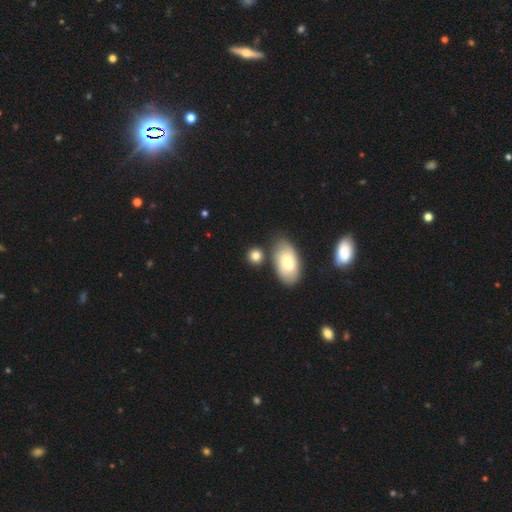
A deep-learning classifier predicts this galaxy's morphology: type=smooth (80%); roundness=round (64%); merging=none (73%).